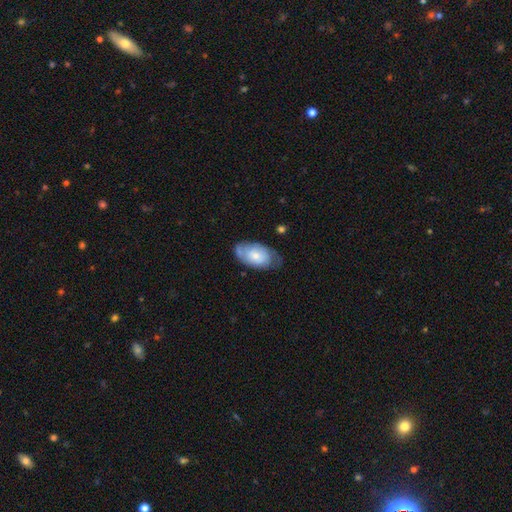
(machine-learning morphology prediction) Smooth or featured?
  - smooth: 49% *
  - featured or disk: 45%
  - star or artifact: 6%
Merging?
  - none: 59% *
  - minor disturbance: 29%
  - major disturbance: 10%
  - merger: 2%